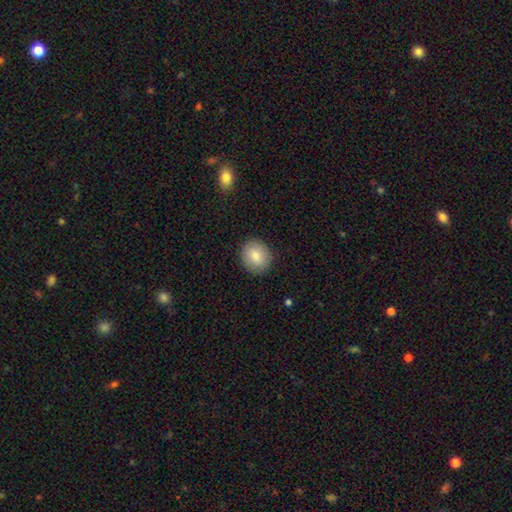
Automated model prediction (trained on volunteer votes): smooth-or-featured: smooth: 83% | featured or disk: 10% | star or artifact: 7%
  how-rounded: round: 70% | in between: 29% | cigar-shaped: 1%
  merging: none: 88% | minor disturbance: 8% | major disturbance: 2% | merger: 1%